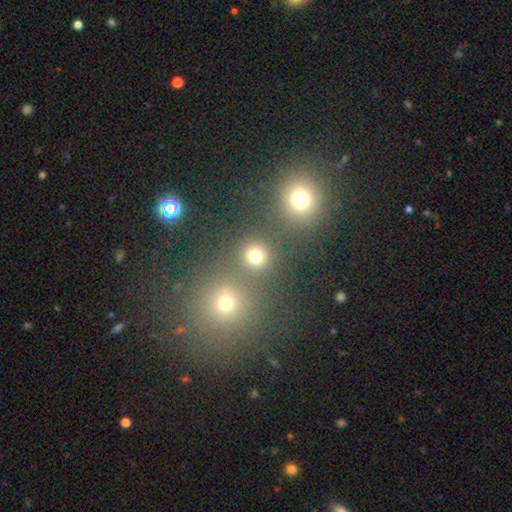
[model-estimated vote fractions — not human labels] This is likely a smooth galaxy (75%). How rounded: clearly round (90%). Merging: likely none (74%).